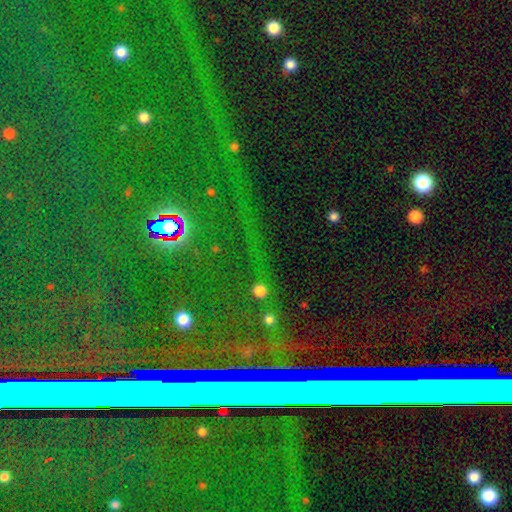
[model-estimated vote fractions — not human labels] This appears to be a star or artifact, not a galaxy (81%).